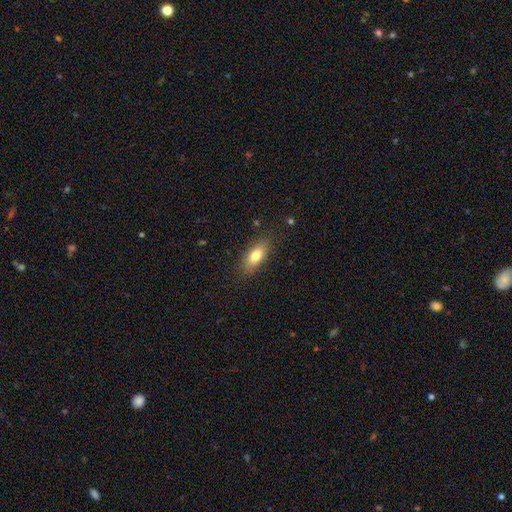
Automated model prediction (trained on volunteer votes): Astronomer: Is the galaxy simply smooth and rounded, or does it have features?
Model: smooth — 76%.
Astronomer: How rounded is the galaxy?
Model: in between — 78%.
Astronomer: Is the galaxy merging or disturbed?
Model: none — 84%.